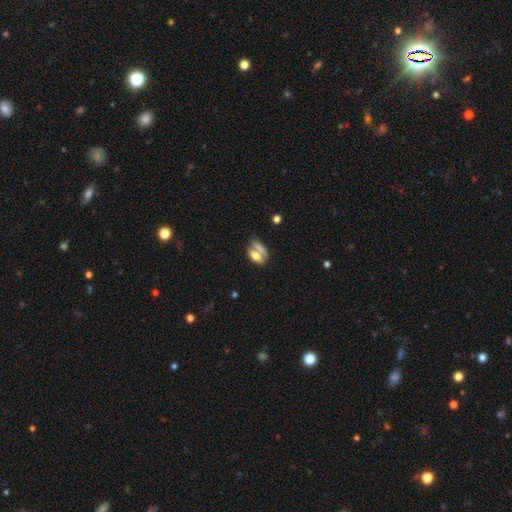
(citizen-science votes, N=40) smooth_or_featured: smooth (p=0.47) [alt: featured or disk p=0.42]
how_rounded: in between (p=0.58) [alt: cigar-shaped p=0.26]
merging: merger (p=0.50) [alt: none p=0.33]